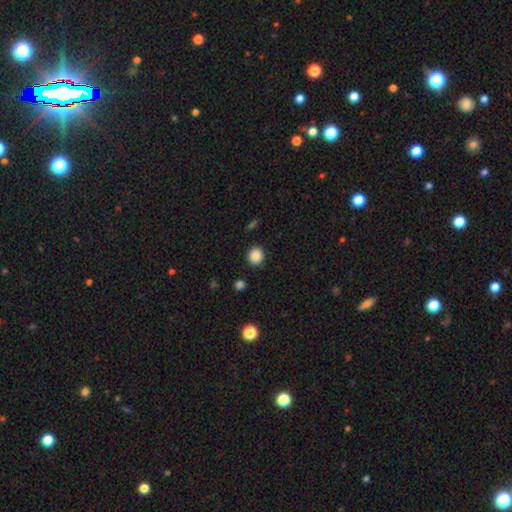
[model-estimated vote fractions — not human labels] This appears to be a smooth galaxy with no disk features (87%) that is round (87%). Merging: none (90%).